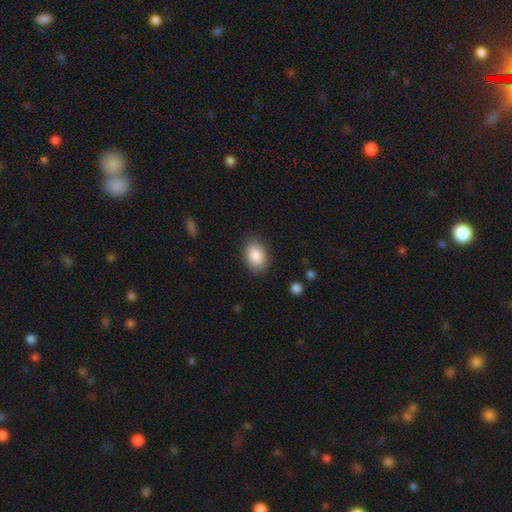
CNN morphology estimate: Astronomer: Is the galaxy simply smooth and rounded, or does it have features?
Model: smooth — 88%.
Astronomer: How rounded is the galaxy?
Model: in between — 81%.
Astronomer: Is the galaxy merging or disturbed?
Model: none — 85%.